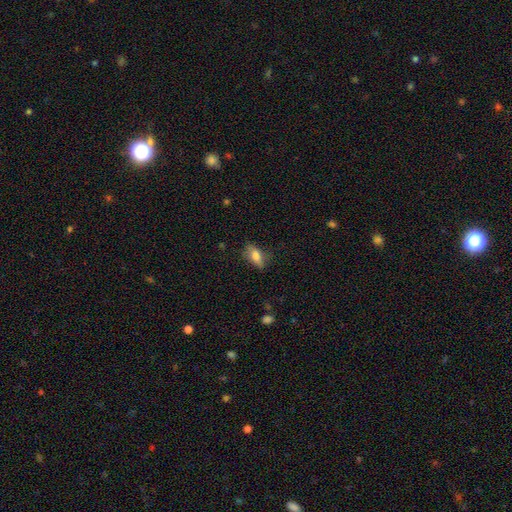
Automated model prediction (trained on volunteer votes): Smooth or featured? smooth (73%)
How rounded? in between (79%)
Merging? none (71%)